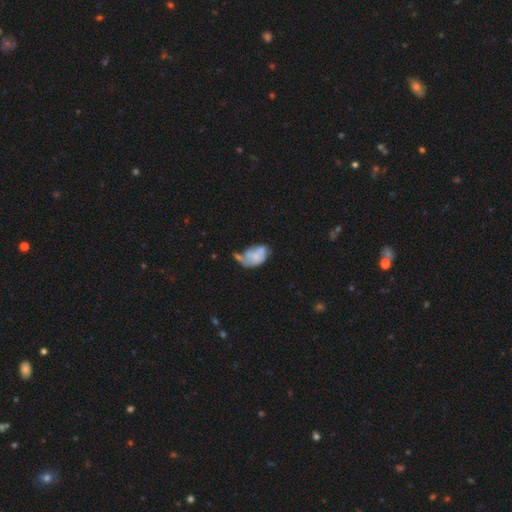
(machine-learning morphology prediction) The model was most divided on "smooth or featured" (2-way tie): featured or disk: 46%, smooth: 46%, star or artifact: 7%. Remaining: merging — major disturbance (28%).